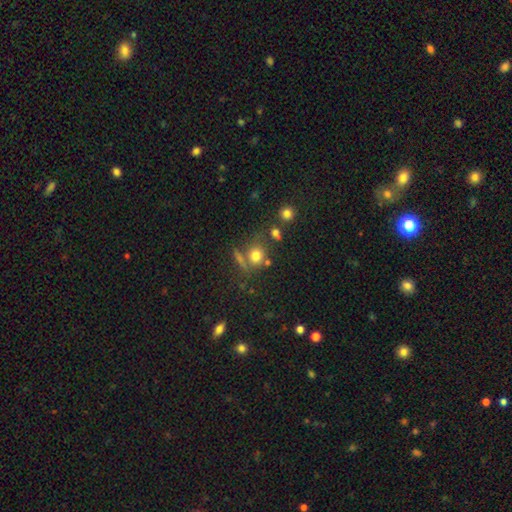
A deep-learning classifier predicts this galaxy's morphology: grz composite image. It shows a smooth galaxy with no disk features (74%) that is round (78%). Merging: none (61%).